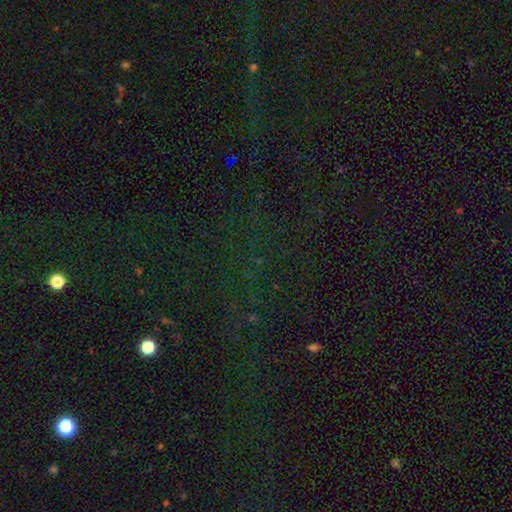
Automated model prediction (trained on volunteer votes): Smooth or featured?
  - star or artifact: 78% *
  - smooth: 14%
  - featured or disk: 8%